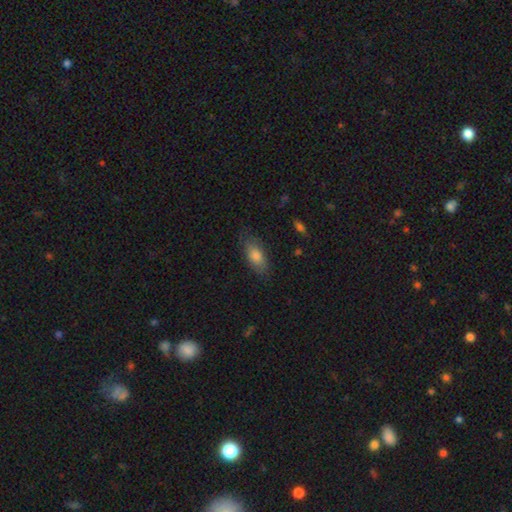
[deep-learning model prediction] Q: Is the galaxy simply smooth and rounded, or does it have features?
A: smooth — 78%.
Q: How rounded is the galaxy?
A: in between — 85%.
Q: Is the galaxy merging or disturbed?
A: none — 78%.